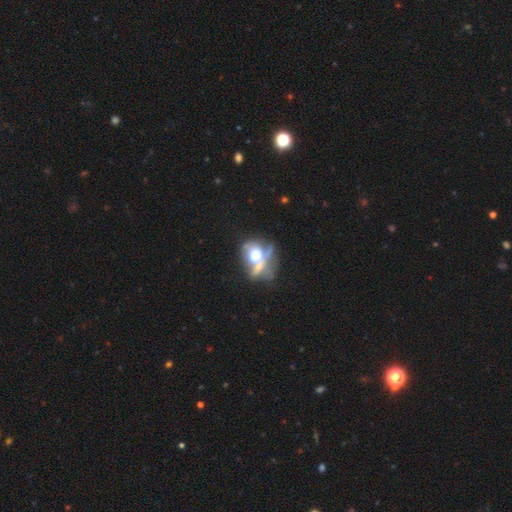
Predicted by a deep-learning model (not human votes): Q: Smooth or featured?
A: featured or disk (46%); runner-up: smooth (41%)
Q: Merging?
A: merger (51%); runner-up: major disturbance (20%)